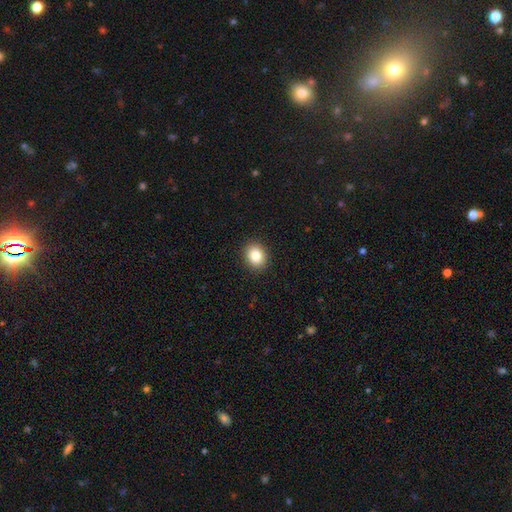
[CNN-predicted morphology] smooth_or_featured: smooth (p=0.84) [alt: star or artifact p=0.10]
how_rounded: round (p=0.61) [alt: in between p=0.38]
merging: none (p=0.91) [alt: minor disturbance p=0.06]